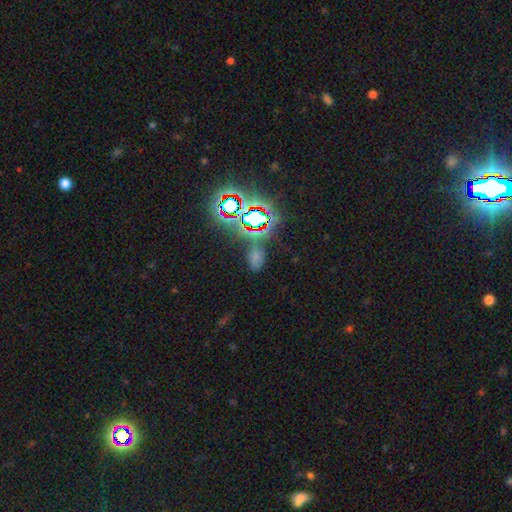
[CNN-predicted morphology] type=star or artifact (50%).